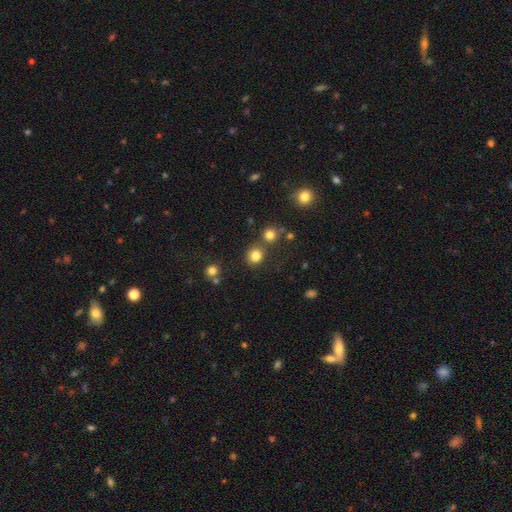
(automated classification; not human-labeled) smooth-or-featured: smooth: 81% | star or artifact: 14% | featured or disk: 5%
  how-rounded: round: 83% | in between: 16% | cigar-shaped: 1%
  merging: none: 73% | merger: 15% | minor disturbance: 9% | major disturbance: 3%